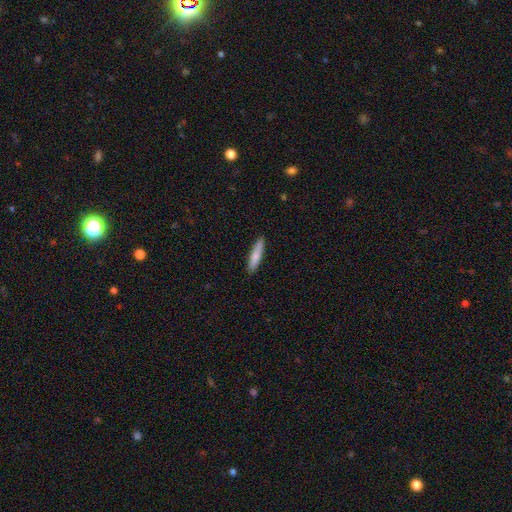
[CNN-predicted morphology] A smooth galaxy with no disk features (77%) that is cigar-shaped (86%).

Vote fractions:
- Smooth or featured? smooth: 77% / featured or disk: 17% / star or artifact: 5%
- How rounded? cigar-shaped: 86% / in between: 13% / round: 1%
- Merging? none: 89% / minor disturbance: 8% / major disturbance: 2% / merger: 1%